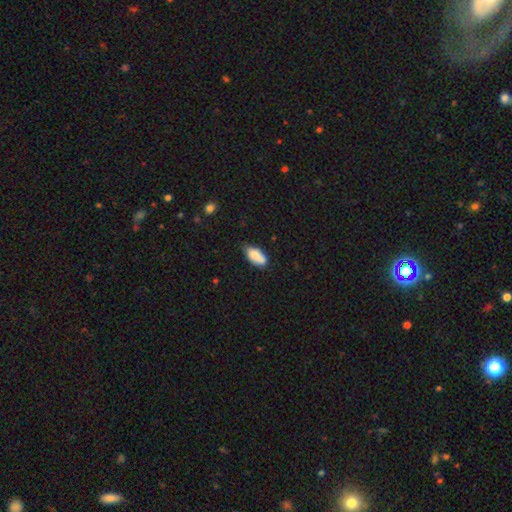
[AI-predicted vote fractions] Smooth or featured: smooth — 82% (featured or disk — 10%)
How rounded: in between — 88% (cigar-shaped — 9%)
Merging: none — 57% (minor disturbance — 30%)